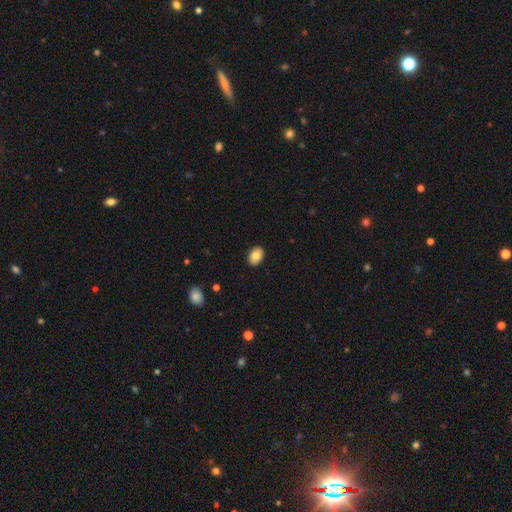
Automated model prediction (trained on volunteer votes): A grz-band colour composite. It shows a smooth galaxy with no disk features (83%) that is in between round and cigar-shaped (81%). Merging: none (89%).